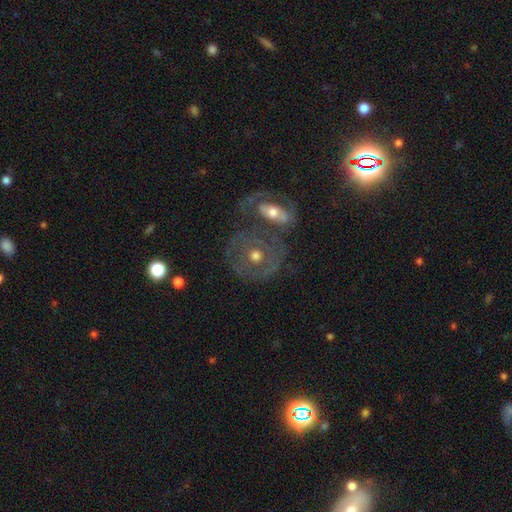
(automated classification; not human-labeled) This is possibly a featured or disk galaxy (59%). It is clearly not viewed edge-on (92%). Bar: clearly no (85%). Spiral arm pattern: likely no (63%). Central bulge: likely moderate (72%). Merging: possibly none (56%).